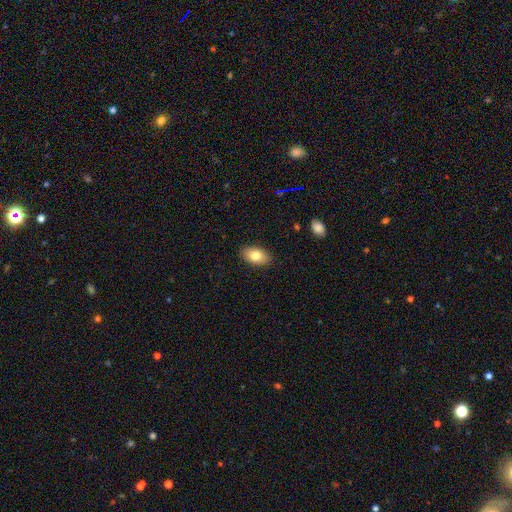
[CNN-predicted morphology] type=smooth (80%); roundness=in between (91%); merging=none (88%).